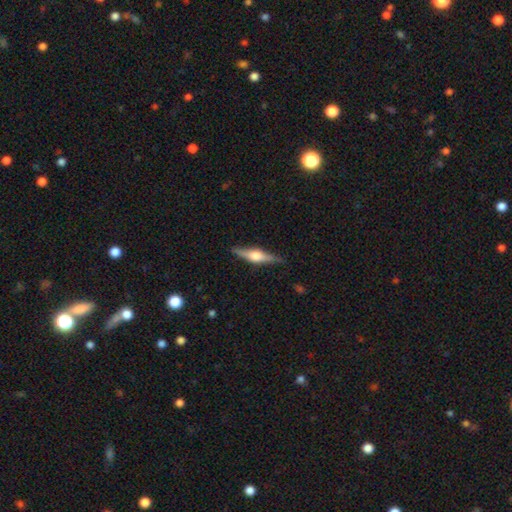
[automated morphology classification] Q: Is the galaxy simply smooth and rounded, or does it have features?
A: featured or disk — 70%.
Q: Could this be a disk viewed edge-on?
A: yes — 97%.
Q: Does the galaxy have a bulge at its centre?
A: rounded — 92%.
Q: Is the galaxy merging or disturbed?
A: none — 87%.